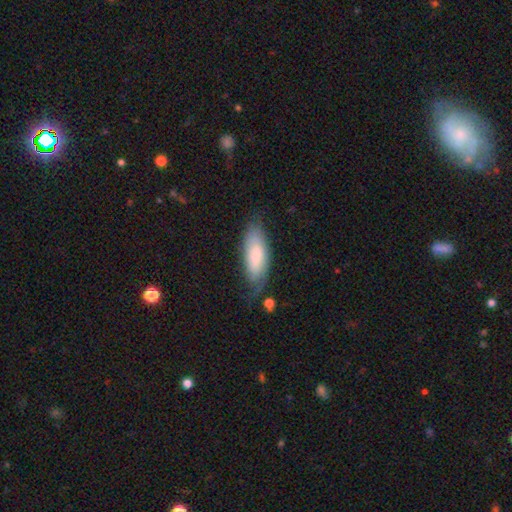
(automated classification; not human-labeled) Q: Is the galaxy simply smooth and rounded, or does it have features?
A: smooth — 73%.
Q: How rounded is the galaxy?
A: in between — 74%.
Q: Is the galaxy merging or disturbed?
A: none — 59%.